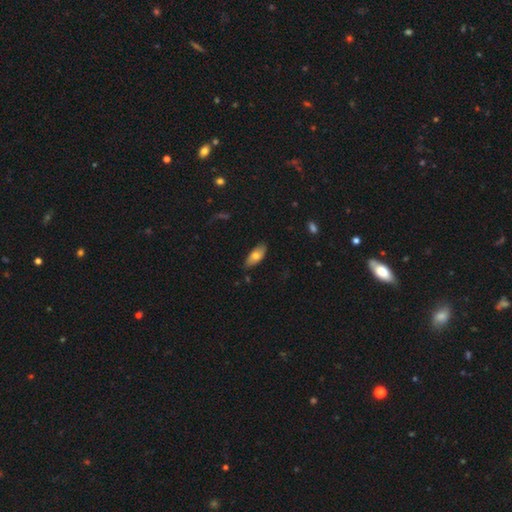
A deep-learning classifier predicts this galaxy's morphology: Smooth or featured? smooth (69%)
How rounded? in between (86%)
Merging? none (78%)